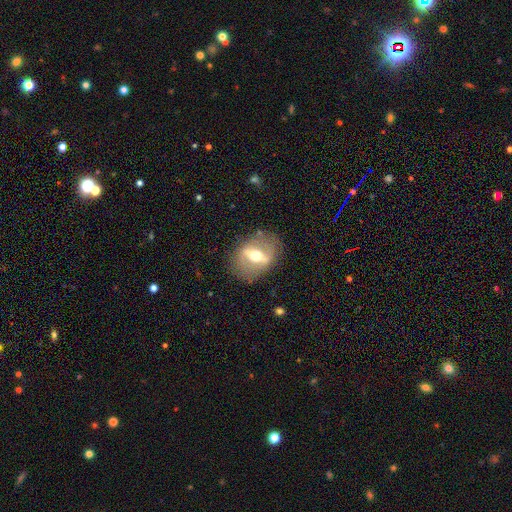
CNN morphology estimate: Overall: featured or disk (73%). Edge-on disk: no (76%). Bar: strong (70%). Spiral arms: no (76%). Bulge size: moderate (71%). Merging: none (79%).